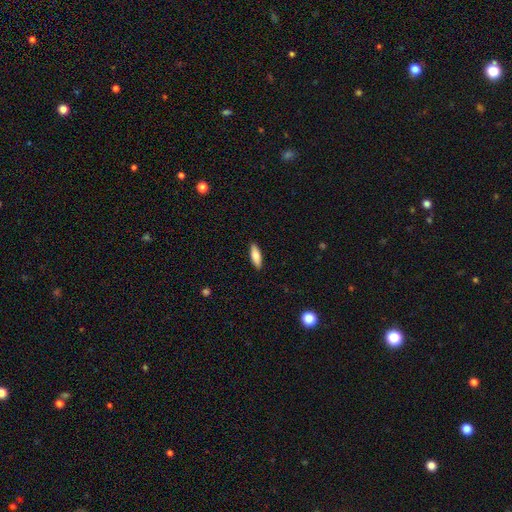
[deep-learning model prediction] The model was most divided on "how rounded": in between: 54%, cigar-shaped: 44%, round: 2%. More confident: merging — none (90%); smooth or featured — smooth (77%).